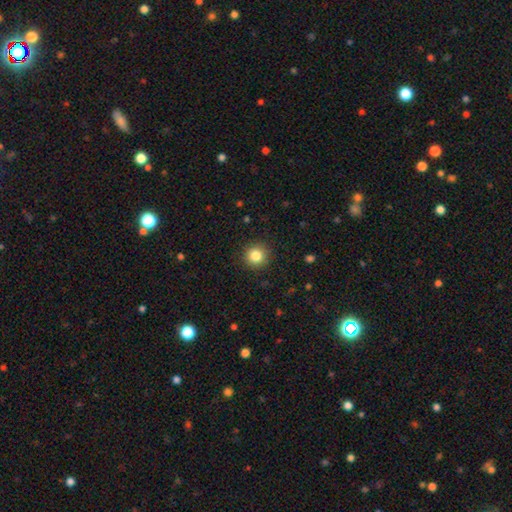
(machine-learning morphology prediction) This is clearly a smooth galaxy (84%). How rounded: clearly round (94%). Merging: clearly none (91%).